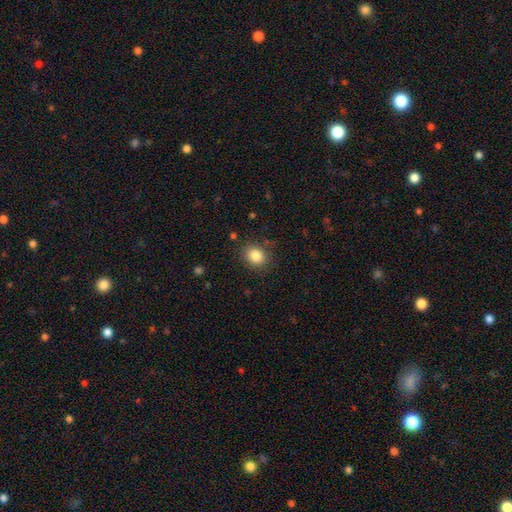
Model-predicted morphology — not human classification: This appears to be a smooth galaxy with no disk features (84%) that is round (70%). Merging: none (85%).